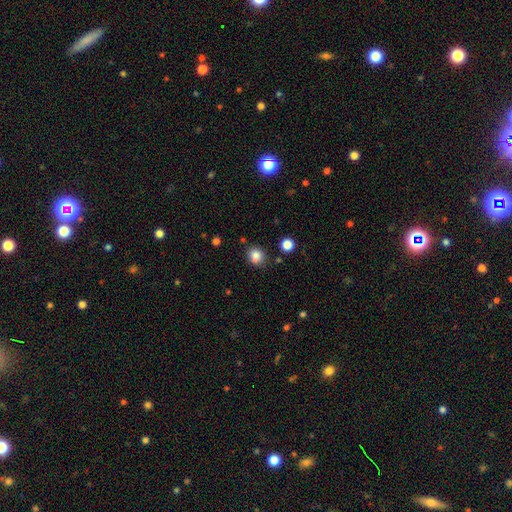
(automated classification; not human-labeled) Q: Smooth or featured?
A: smooth (82%); runner-up: star or artifact (12%)
Q: How rounded?
A: round (67%); runner-up: in between (32%)
Q: Merging?
A: none (69%); runner-up: minor disturbance (17%)